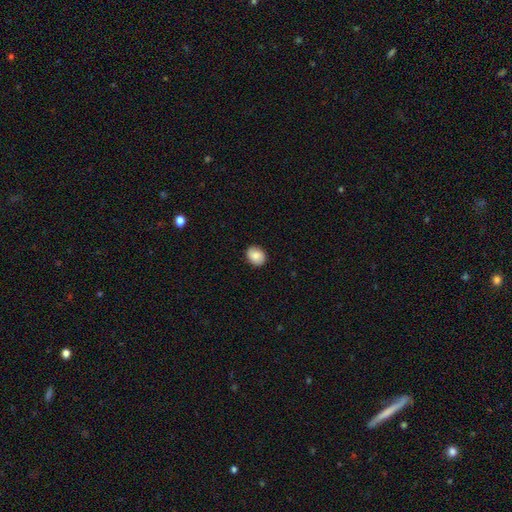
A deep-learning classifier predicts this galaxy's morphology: This appears to be a smooth galaxy with no disk features (85%) that is in between round and cigar-shaped (50%). Merging: none (89%).